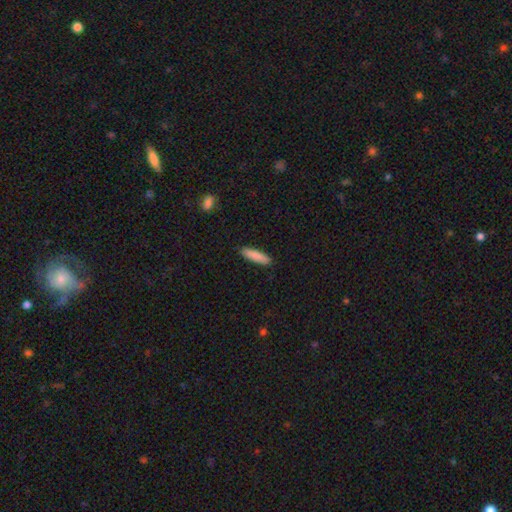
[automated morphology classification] Smooth or featured? smooth (87%)
How rounded? cigar-shaped (76%)
Merging? none (90%)